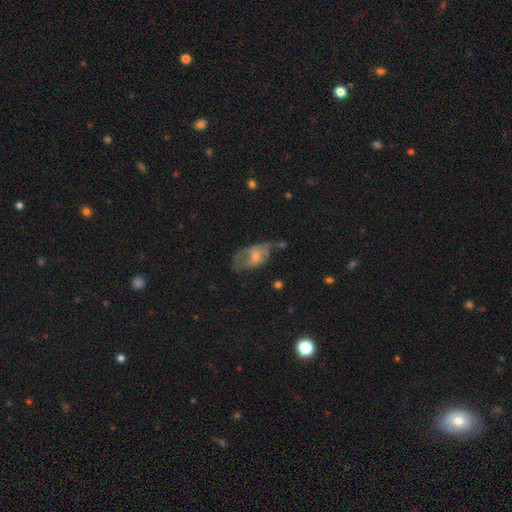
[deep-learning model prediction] This appears to be a smooth galaxy with no disk features (47%). Merging: major disturbance (34%).